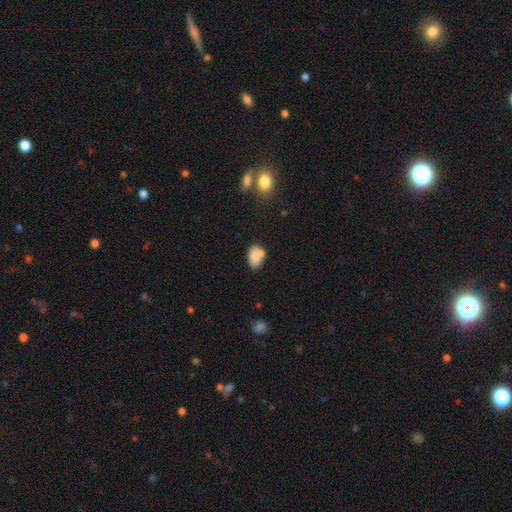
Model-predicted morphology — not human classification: type=smooth (81%); roundness=in between (87%); merging=none (52%).